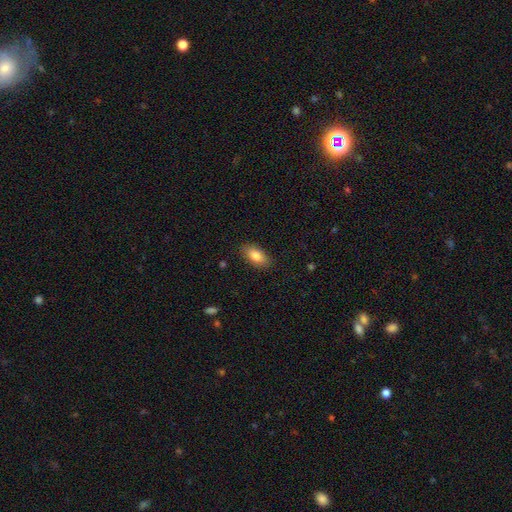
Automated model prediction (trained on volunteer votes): This appears to be a smooth galaxy with no disk features (84%) that is in between round and cigar-shaped (90%). Merging: none (86%).